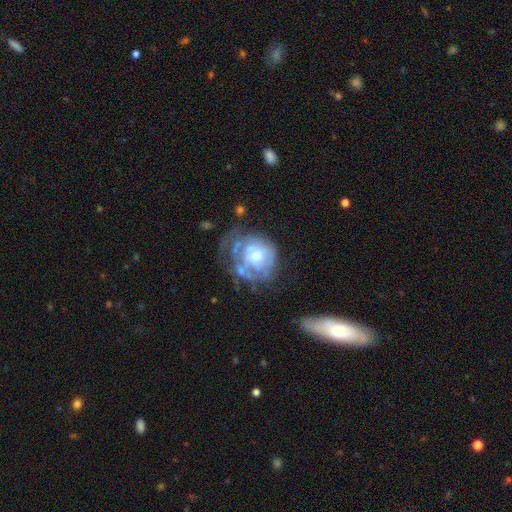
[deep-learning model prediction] Smooth or featured: featured or disk — 60% (smooth — 32%)
Edge-on disk: no — 97% (yes — 3%)
Bar: no — 83% (weak — 14%)
Spiral arms: no — 68% (yes — 32%)
Bulge size: moderate — 52% (small — 21%)
Merging: none — 35% (major disturbance — 32%)